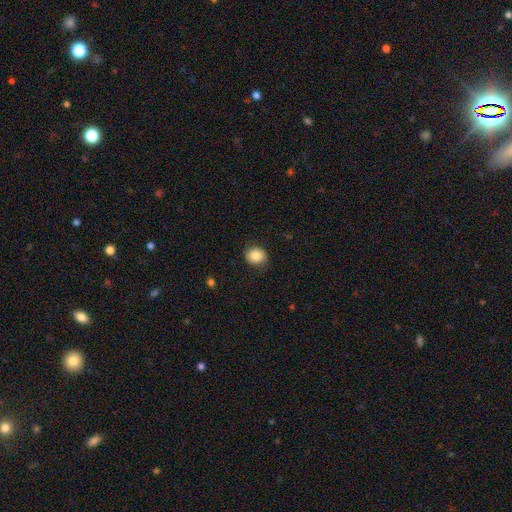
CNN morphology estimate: Smooth or featured? Predicted: smooth (p=0.85). How rounded? Predicted: round (p=0.73). Merging? Predicted: none (p=0.85).